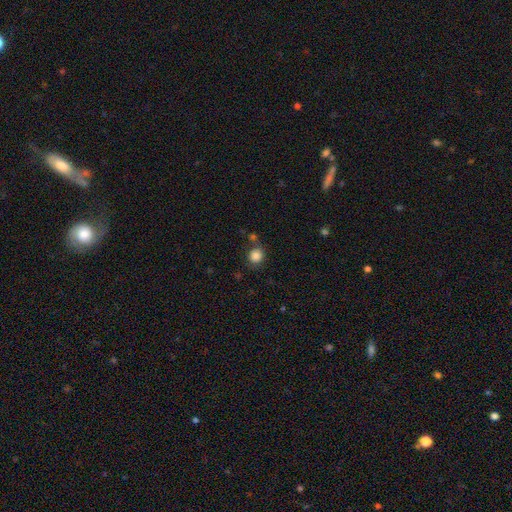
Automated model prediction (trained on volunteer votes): A smooth galaxy with no disk features (85%) that is round (84%). Merging: none (71%).